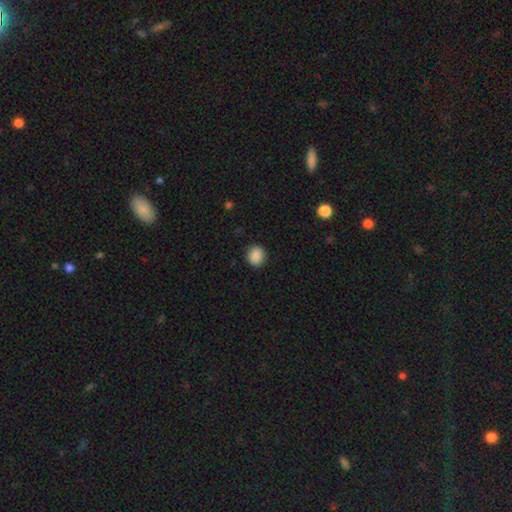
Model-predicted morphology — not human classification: type=smooth (88%); roundness=round (81%); merging=none (87%).